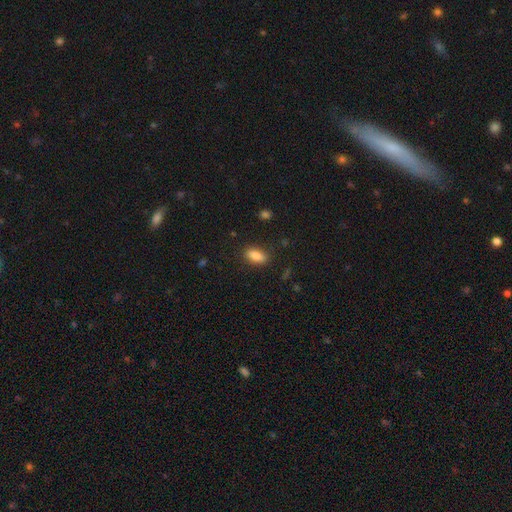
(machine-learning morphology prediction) This is clearly a smooth galaxy (85%). How rounded: clearly in between (84%). Merging: clearly none (85%).